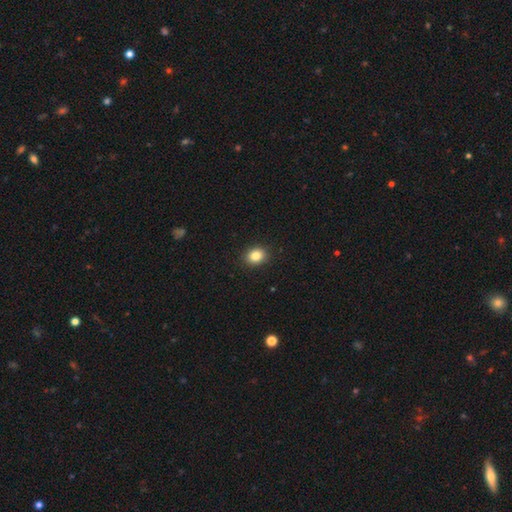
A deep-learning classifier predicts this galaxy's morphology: Smooth or featured?
  - smooth: 84% *
  - star or artifact: 10%
  - featured or disk: 6%
How rounded?
  - round: 55% *
  - in between: 45%
  - cigar-shaped: 1%
Merging?
  - none: 91% *
  - minor disturbance: 7%
  - major disturbance: 2%
  - merger: 1%